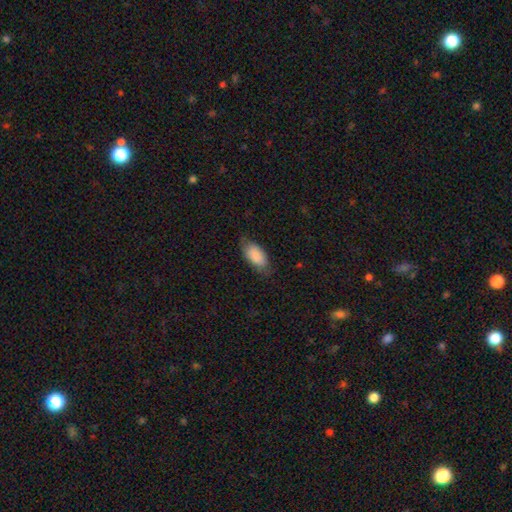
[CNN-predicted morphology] Smooth or featured? smooth (85%)
How rounded? in between (92%)
Merging? none (66%)